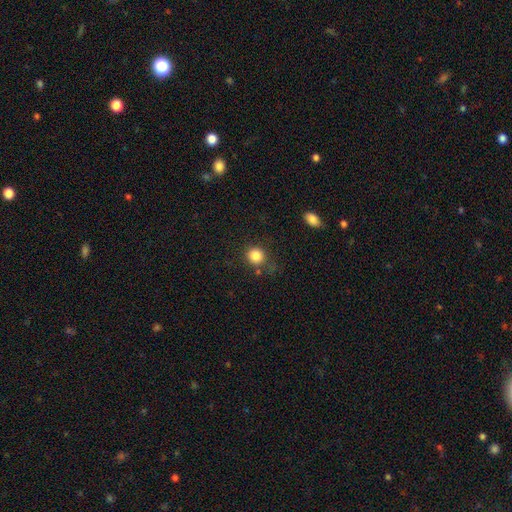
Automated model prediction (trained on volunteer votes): A smooth galaxy with no disk features (84%) that is round (89%). Merging: none (76%).